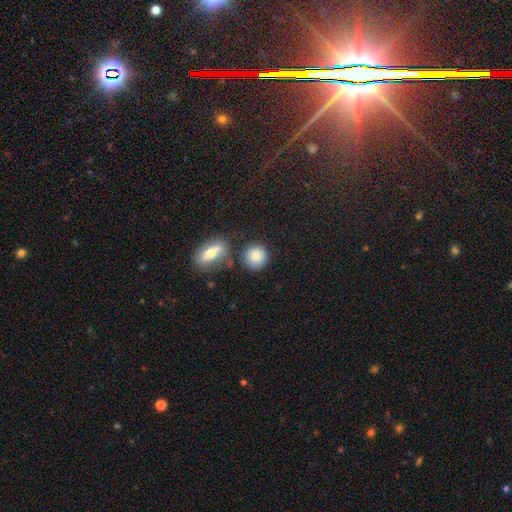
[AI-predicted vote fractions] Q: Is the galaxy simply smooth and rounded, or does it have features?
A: smooth — 81%.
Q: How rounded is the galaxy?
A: round — 87%.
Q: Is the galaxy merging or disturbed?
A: none — 74%.